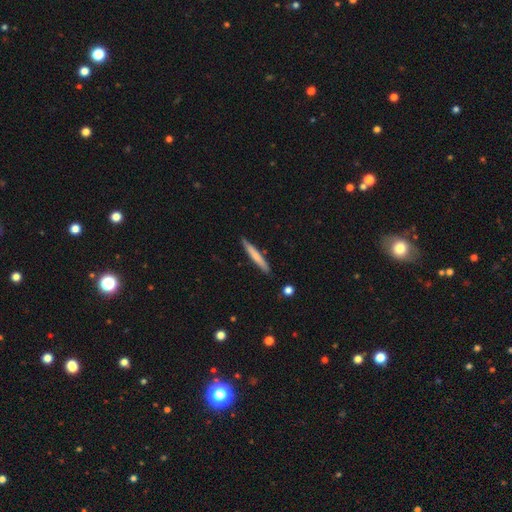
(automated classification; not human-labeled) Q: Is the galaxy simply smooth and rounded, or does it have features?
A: smooth — 66%.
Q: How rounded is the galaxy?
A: cigar-shaped — 95%.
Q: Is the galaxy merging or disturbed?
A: none — 87%.